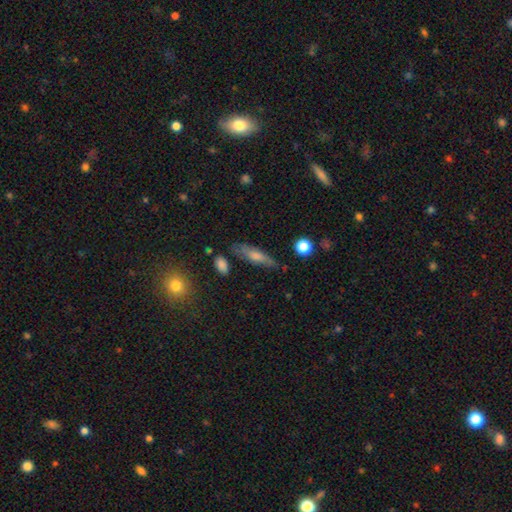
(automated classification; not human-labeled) Smooth or featured? Predicted: smooth (p=0.62). How rounded? Predicted: cigar-shaped (p=0.65). Merging? Predicted: none (p=0.71).